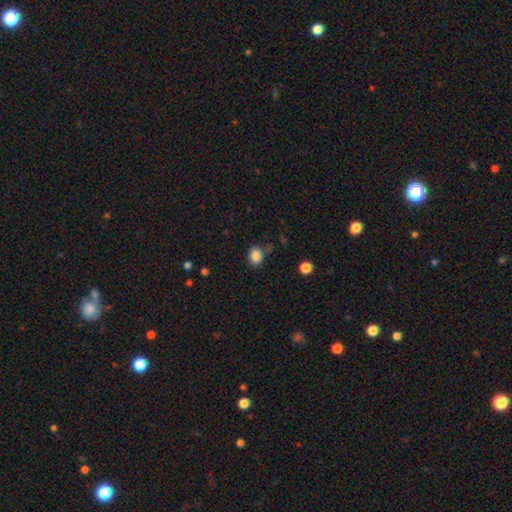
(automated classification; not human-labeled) This is clearly a smooth galaxy (85%). How rounded: possibly round (50%). Merging: likely none (72%).